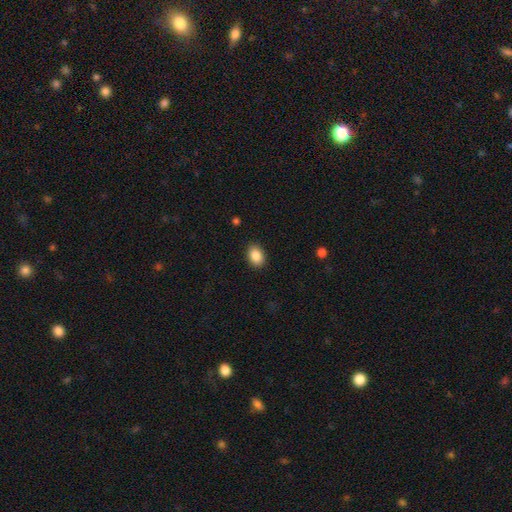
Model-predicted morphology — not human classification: This appears to be a smooth galaxy with no disk features (87%) that is in between round and cigar-shaped (75%). Merging: none (89%).